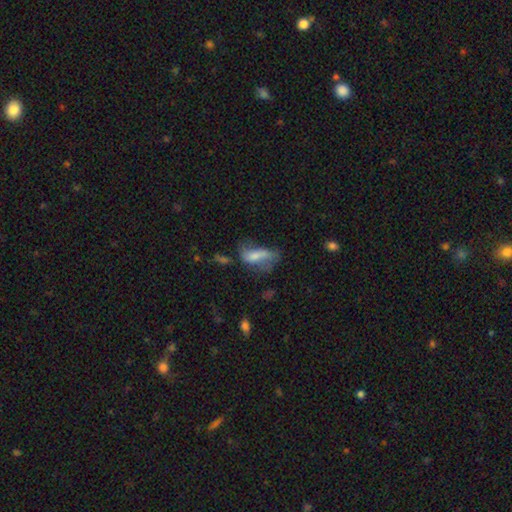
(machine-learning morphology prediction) Smooth or featured? smooth (57%)
How rounded? in between (80%)
Merging? major disturbance (35%)